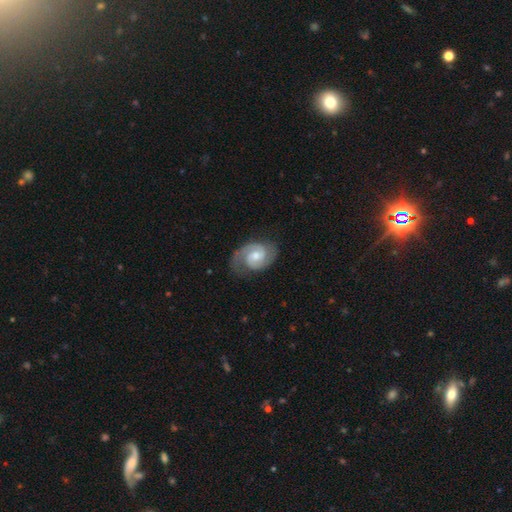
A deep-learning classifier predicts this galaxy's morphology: This is clearly a featured or disk galaxy (86%). It is clearly not viewed edge-on (98%). Bar: possibly no (49%). Spiral arm pattern: clearly yes (97%). Spiral arm count: clearly 2 (90%). Spiral winding: possibly medium (48%). Central bulge: possibly moderate (55%). Merging: likely none (75%).